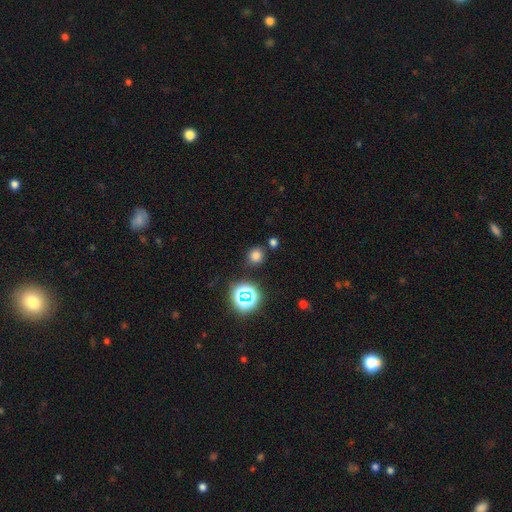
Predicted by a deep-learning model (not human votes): The model was most divided on "smooth or featured": smooth: 71%, star or artifact: 23%, featured or disk: 5%. More confident: how rounded — round (85%); merging — none (83%).